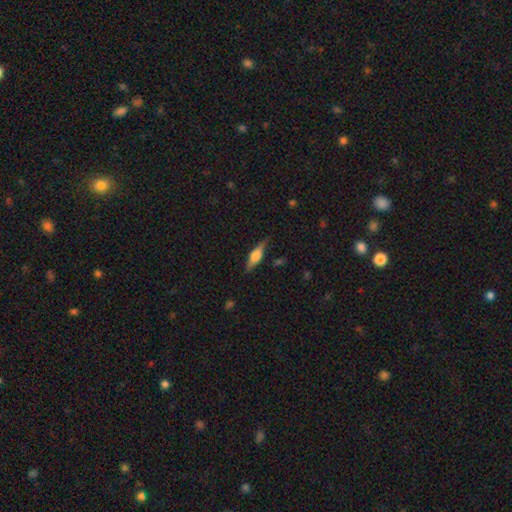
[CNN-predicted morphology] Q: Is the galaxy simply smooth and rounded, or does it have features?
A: featured or disk — 61%.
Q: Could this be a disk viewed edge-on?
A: yes — 95%.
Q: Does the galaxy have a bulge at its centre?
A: rounded — 86%.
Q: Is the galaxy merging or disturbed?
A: none — 82%.